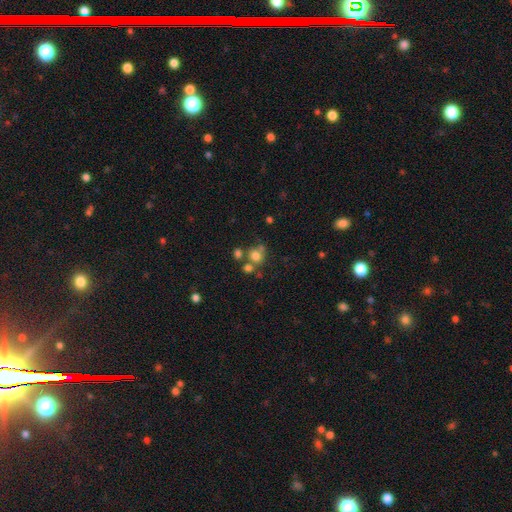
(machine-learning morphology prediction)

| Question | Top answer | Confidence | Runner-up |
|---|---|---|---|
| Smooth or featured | smooth | 72% | star or artifact (16%) |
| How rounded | round | 81% | in between (18%) |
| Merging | none | 52% | merger (29%) |